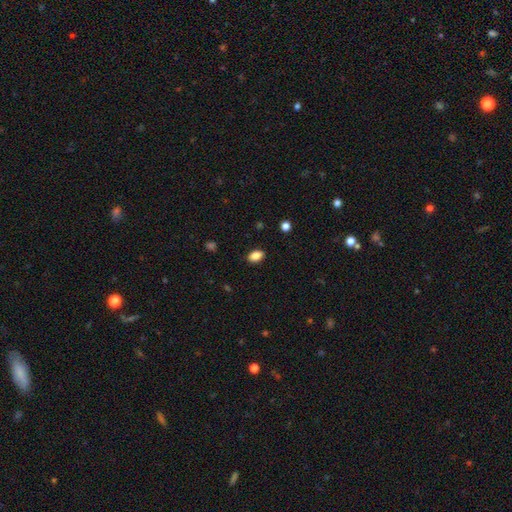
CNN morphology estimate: The model was most divided on "merging": none: 87%, minor disturbance: 10%, major disturbance: 2%, merger: 1%. More confident: how rounded — in between (88%); smooth or featured — smooth (87%).